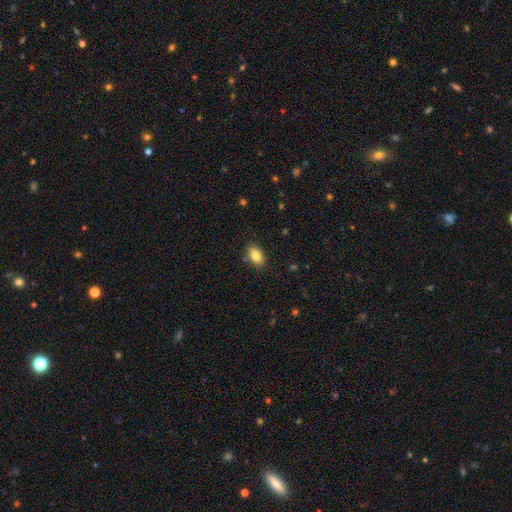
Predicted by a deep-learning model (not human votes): The model was most divided on "merging": none: 85%, minor disturbance: 11%, major disturbance: 3%, merger: 2%. More confident: how rounded — in between (89%); smooth or featured — smooth (84%).